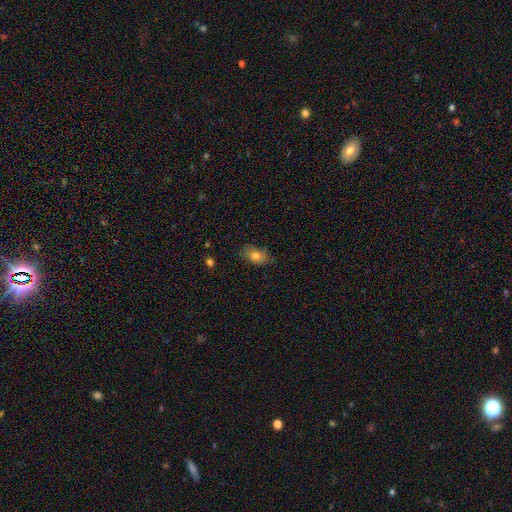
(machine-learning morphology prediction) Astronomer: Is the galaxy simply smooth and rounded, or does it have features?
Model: smooth — 77%.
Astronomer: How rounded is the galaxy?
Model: in between — 86%.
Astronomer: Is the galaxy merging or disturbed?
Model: none — 77%.